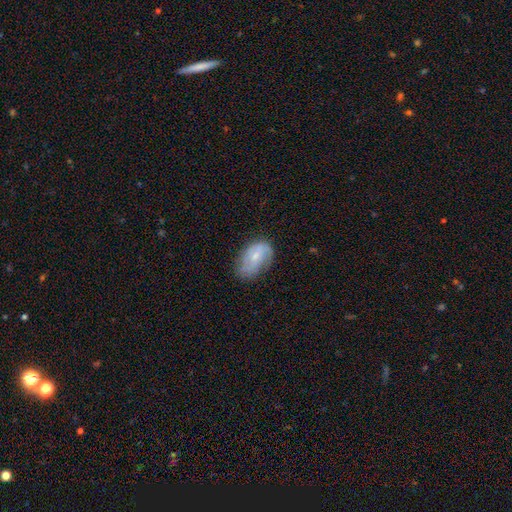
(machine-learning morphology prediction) Smooth or featured? featured or disk (54%)
Edge-on disk? no (96%)
Bar? no (52%)
Spiral arms? yes (80%)
Bulge size? small (62%)
Merging? none (60%)